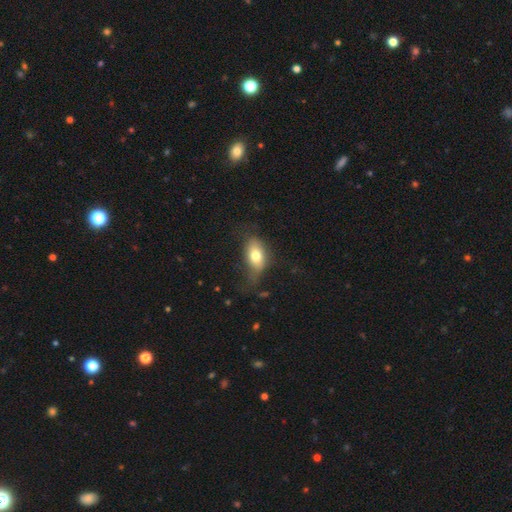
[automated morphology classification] Q: Smooth or featured?
A: smooth (71%); runner-up: featured or disk (21%)
Q: How rounded?
A: in between (87%); runner-up: round (8%)
Q: Merging?
A: none (50%); runner-up: minor disturbance (31%)